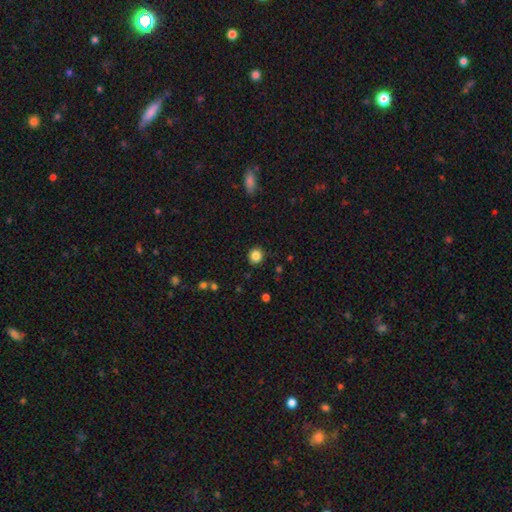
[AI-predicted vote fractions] smooth 85%, star or artifact 11%, featured or disk 4%. Down the decision tree: how rounded — round (89%); merging — none (90%).